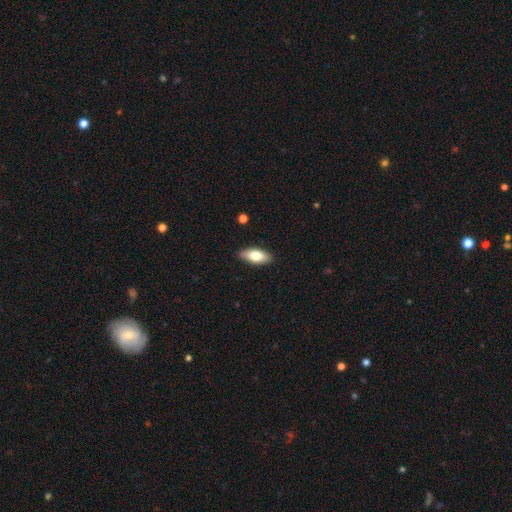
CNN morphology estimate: smooth_or_featured: smooth (p=0.75) [alt: featured or disk p=0.18]
how_rounded: in between (p=0.85) [alt: cigar-shaped p=0.13]
merging: none (p=0.87) [alt: minor disturbance p=0.10]